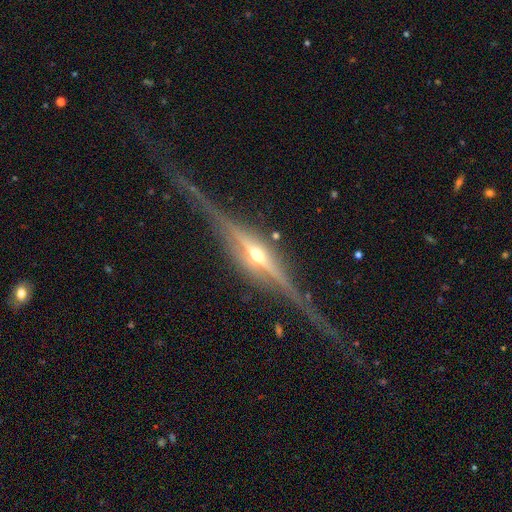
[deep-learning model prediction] This is clearly a featured or disk galaxy (86%). It is clearly viewed edge-on (97%). Edge-on bulge: clearly rounded (92%). Merging: clearly none (82%).